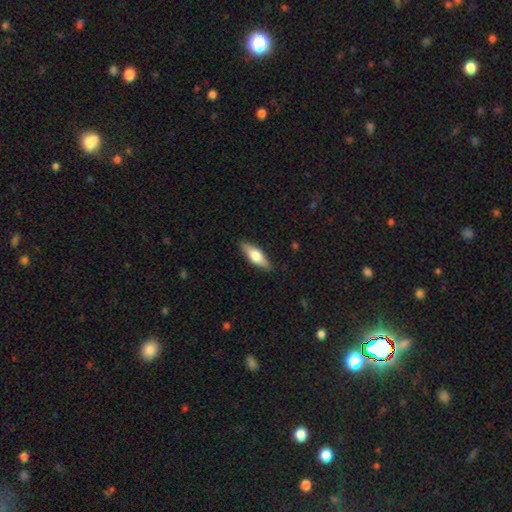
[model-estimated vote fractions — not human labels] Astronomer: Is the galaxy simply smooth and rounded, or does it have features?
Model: smooth — 61%.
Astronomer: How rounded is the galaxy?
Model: in between — 57% (runner-up: cigar-shaped, 40%).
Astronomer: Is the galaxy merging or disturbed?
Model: none — 88%.